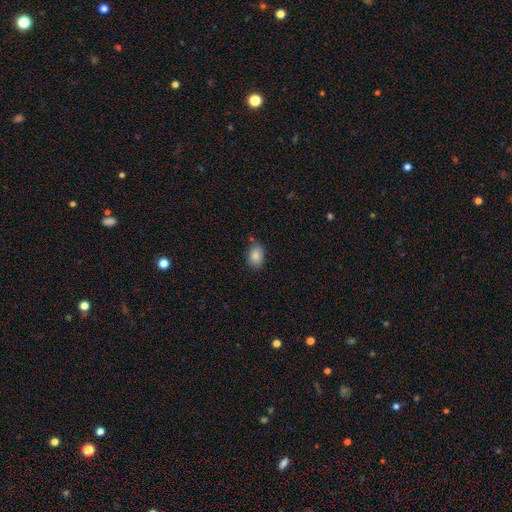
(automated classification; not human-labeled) Q: Smooth or featured?
A: smooth (85%); runner-up: star or artifact (9%)
Q: How rounded?
A: in between (75%); runner-up: round (24%)
Q: Merging?
A: none (75%); runner-up: minor disturbance (18%)